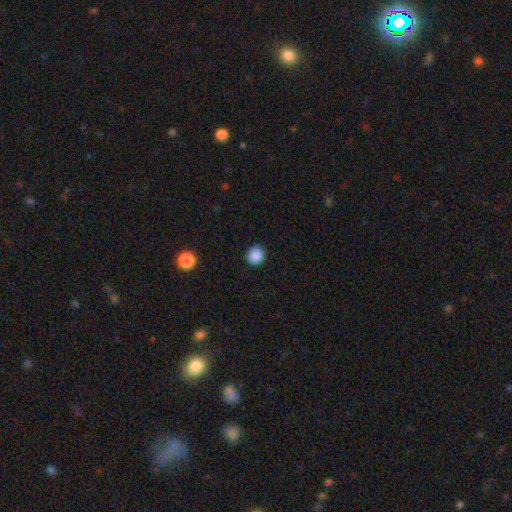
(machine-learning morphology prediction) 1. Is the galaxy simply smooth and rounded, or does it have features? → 88% smooth, 10% star or artifact, 2% featured or disk.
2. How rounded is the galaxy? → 88% round, 11% in between, 1% cigar-shaped.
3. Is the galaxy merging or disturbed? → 88% none, 8% minor disturbance, 2% major disturbance, 1% merger.